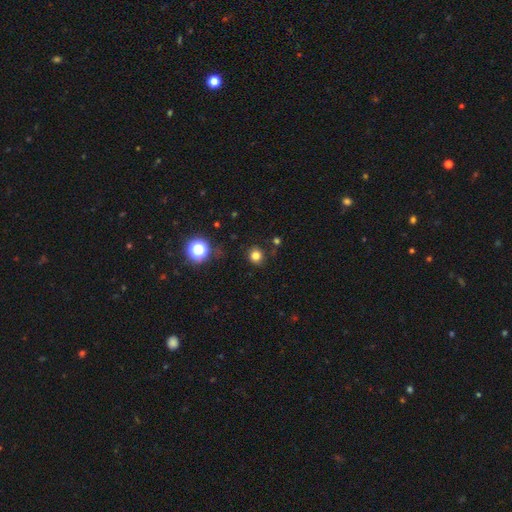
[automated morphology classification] Overall: smooth (79%). How rounded: round (88%). Merging: none (88%).